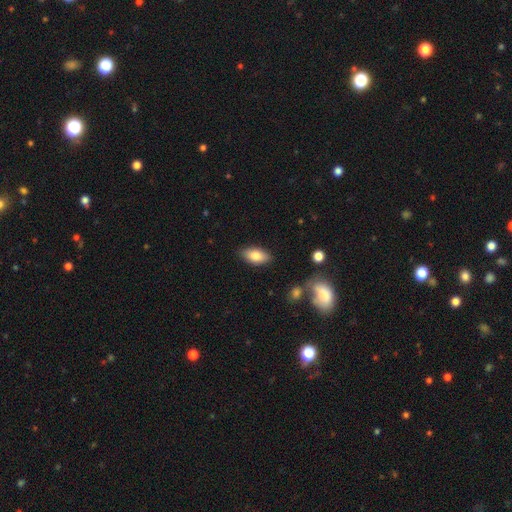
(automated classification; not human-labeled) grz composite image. It shows a smooth galaxy with no disk features (81%) that is in between round and cigar-shaped (90%). Merging: none (85%).